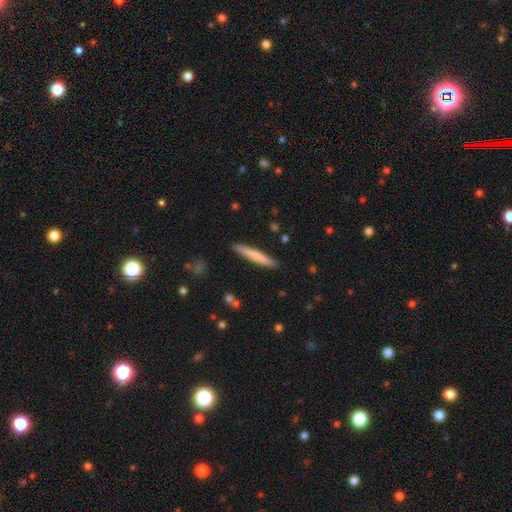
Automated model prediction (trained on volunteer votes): A smooth galaxy with no disk features (69%) that is cigar-shaped (95%).

Vote fractions:
- Smooth or featured? smooth: 69% / featured or disk: 25% / star or artifact: 5%
- How rounded? cigar-shaped: 95% / in between: 4% / round: 1%
- Merging? none: 90% / minor disturbance: 8% / major disturbance: 2% / merger: 1%